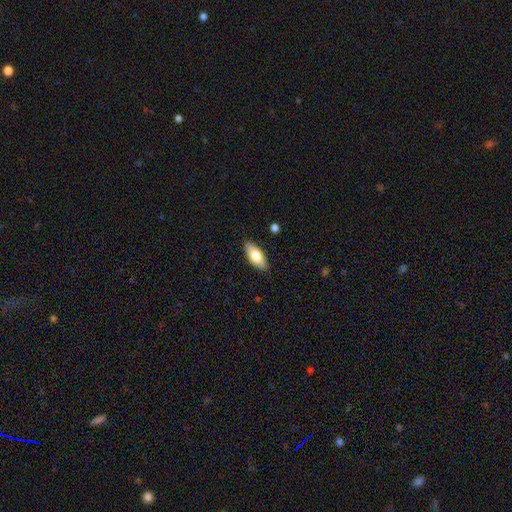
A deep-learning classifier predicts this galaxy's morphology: A smooth galaxy with no disk features (74%) that is in between round and cigar-shaped (81%). Merging: none (87%).